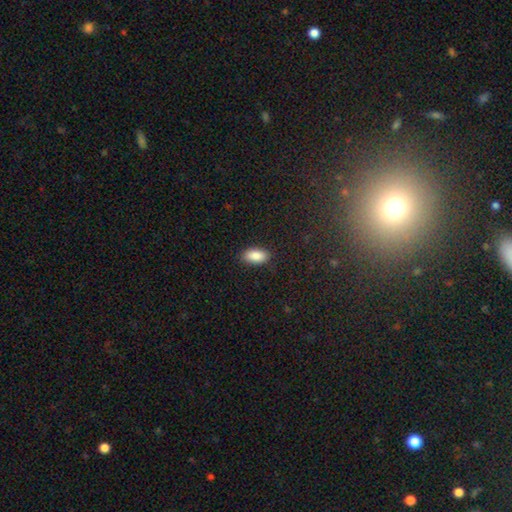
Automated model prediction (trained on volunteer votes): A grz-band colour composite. It shows a smooth galaxy with no disk features (88%) that is in between round and cigar-shaped (92%). Merging: none (87%).